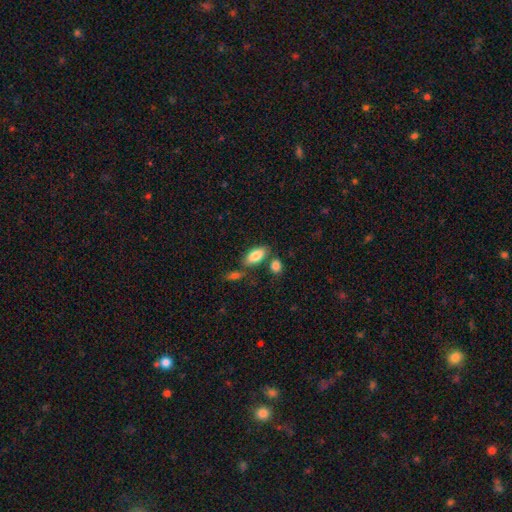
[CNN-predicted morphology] type=smooth (85%); roundness=in between (91%); merging=none (68%).